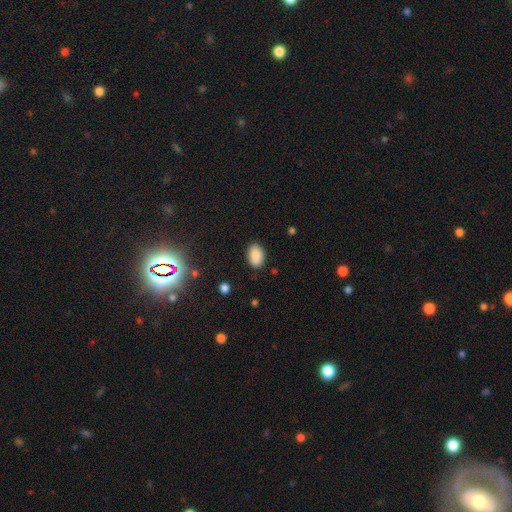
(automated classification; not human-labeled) Overall: smooth (87%). How rounded: in between (88%). Merging: none (84%).